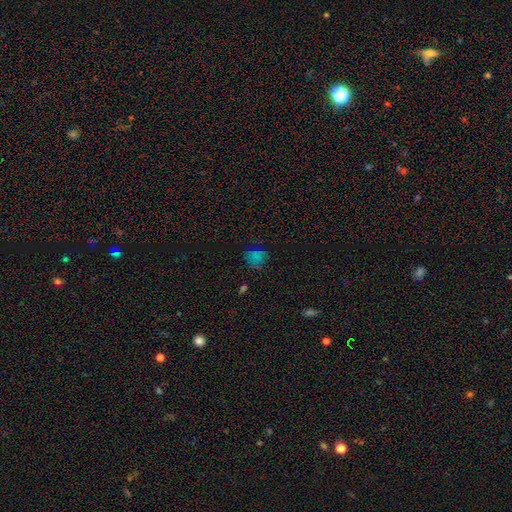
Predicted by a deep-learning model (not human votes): This appears to be a smooth galaxy with no disk features (57%) that is round (75%). Merging: none (71%).